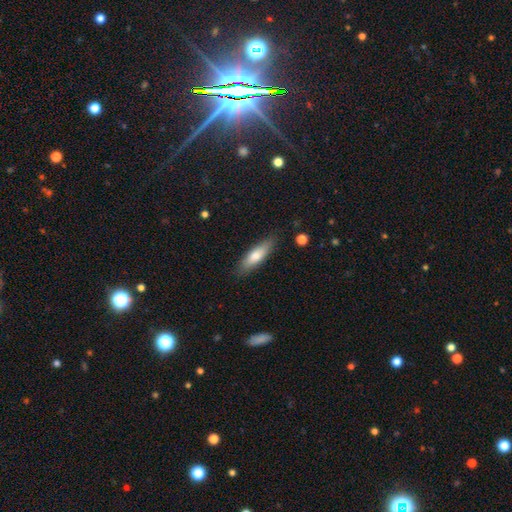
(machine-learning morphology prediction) smooth 71%, featured or disk 23%, star or artifact 6%. Down the decision tree: how rounded — cigar-shaped (58%); merging — none (84%).